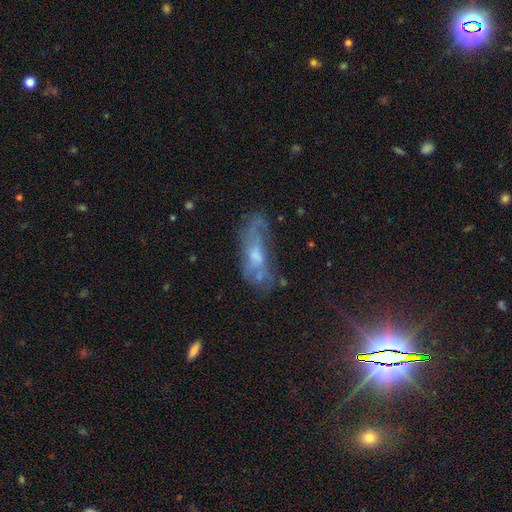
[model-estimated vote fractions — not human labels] Smooth or featured? featured or disk (54%)
Edge-on disk? no (81%)
Merging? none (41%)